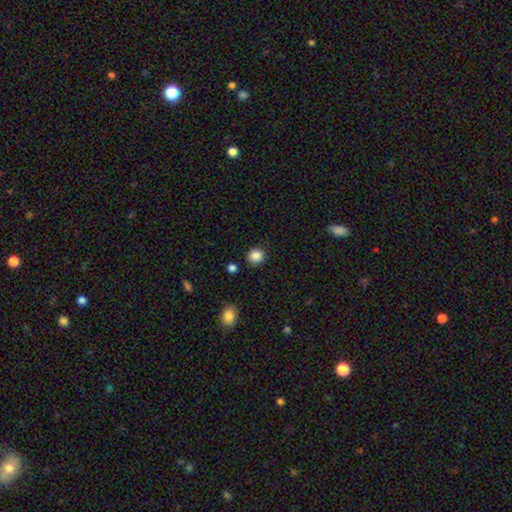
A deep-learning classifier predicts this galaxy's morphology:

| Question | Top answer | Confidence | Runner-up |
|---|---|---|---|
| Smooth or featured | smooth | 86% | star or artifact (10%) |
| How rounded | round | 89% | in between (10%) |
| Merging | none | 86% | minor disturbance (9%) |